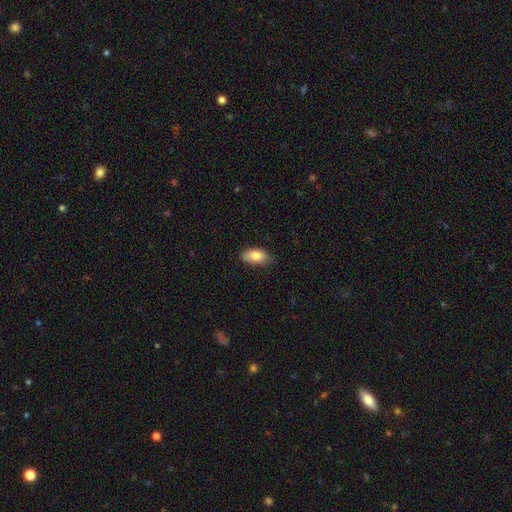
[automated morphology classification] The model was most divided on "merging": none: 74%, minor disturbance: 22%, major disturbance: 3%, merger: 1%. More confident: how rounded — in between (91%); smooth or featured — smooth (82%).